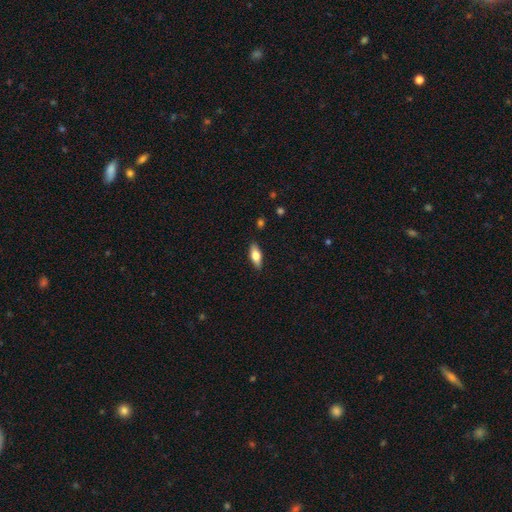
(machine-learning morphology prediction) Smooth or featured?
  - smooth: 67% *
  - featured or disk: 26%
  - star or artifact: 6%
How rounded?
  - in between: 73% *
  - cigar-shaped: 24%
  - round: 3%
Merging?
  - none: 87% *
  - minor disturbance: 10%
  - major disturbance: 2%
  - merger: 1%